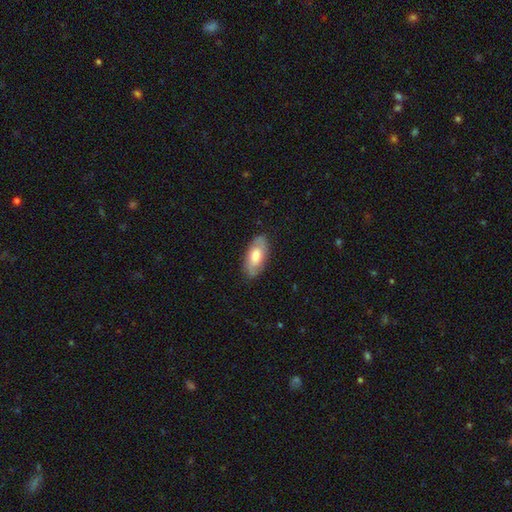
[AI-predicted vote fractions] Q: Smooth or featured?
A: smooth (57%); runner-up: featured or disk (37%)
Q: How rounded?
A: in between (90%); runner-up: cigar-shaped (7%)
Q: Merging?
A: none (81%); runner-up: minor disturbance (14%)